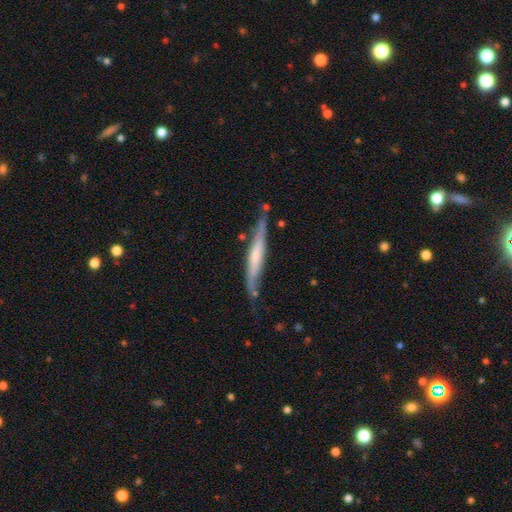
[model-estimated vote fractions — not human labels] Smooth or featured?
  - featured or disk: 53% *
  - smooth: 42%
  - star or artifact: 5%
Edge-on disk?
  - yes: 89% *
  - no: 11%
Merging?
  - none: 68% *
  - minor disturbance: 23%
  - major disturbance: 5%
  - merger: 4%